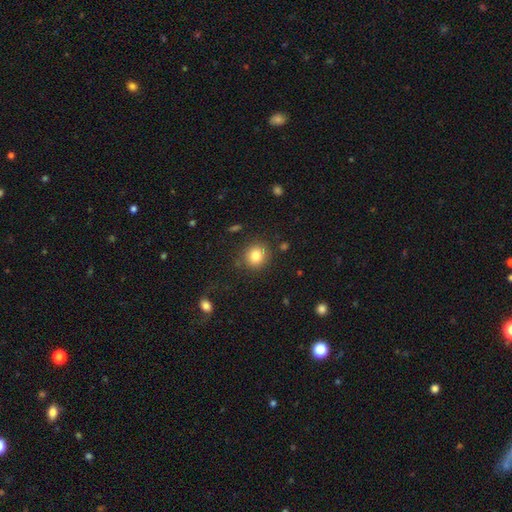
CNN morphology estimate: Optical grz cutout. It shows a smooth galaxy with no disk features (82%) that is round (84%). Merging: none (85%).